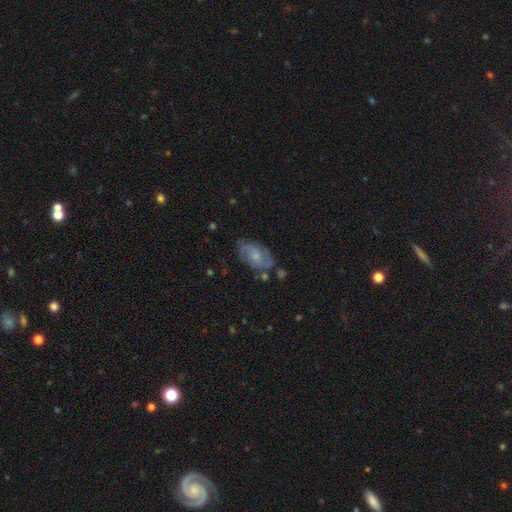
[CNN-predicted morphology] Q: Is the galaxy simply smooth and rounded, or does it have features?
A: featured or disk — 54%.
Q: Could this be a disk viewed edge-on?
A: no — 94%.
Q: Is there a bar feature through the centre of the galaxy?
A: no — 71%.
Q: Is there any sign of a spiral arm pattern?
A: yes — 81%.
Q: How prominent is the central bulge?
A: small — 52%.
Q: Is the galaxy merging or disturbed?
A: none — 66%.